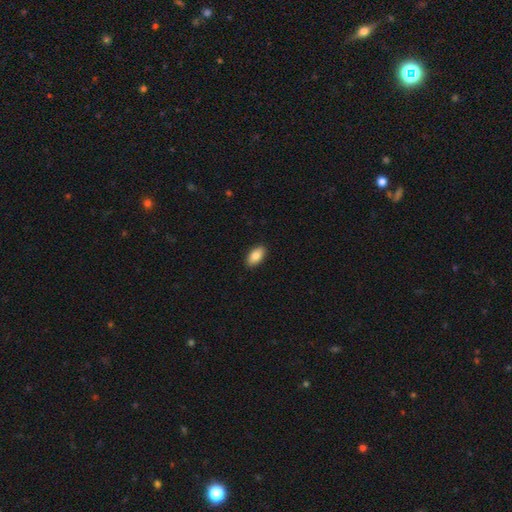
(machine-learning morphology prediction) Overall: smooth (87%). How rounded: in between (94%). Merging: none (90%).